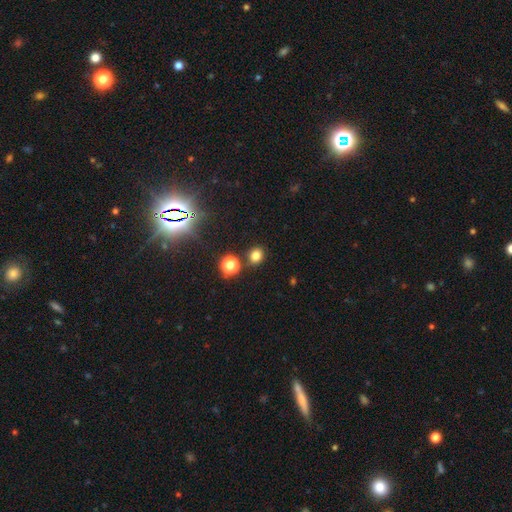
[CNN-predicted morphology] Overall: smooth (75%). How rounded: round (66%; in between 32%). Merging: none (80%).